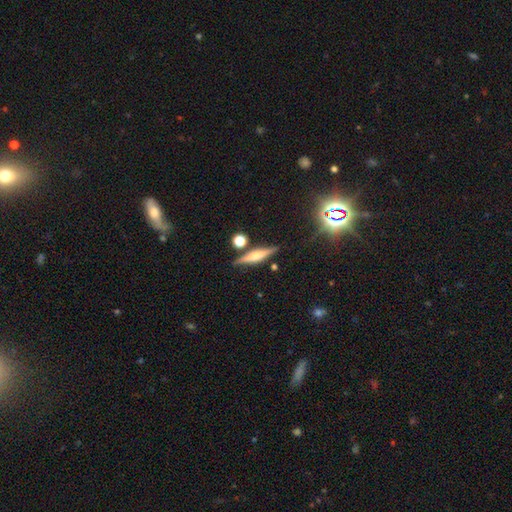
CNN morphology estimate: Q: Smooth or featured?
A: featured or disk (57%); runner-up: smooth (34%)
Q: Edge-on disk?
A: yes (94%); runner-up: no (6%)
Q: Edge-on bulge?
A: rounded (67%); runner-up: boxy (22%)
Q: Merging?
A: none (80%); runner-up: minor disturbance (11%)